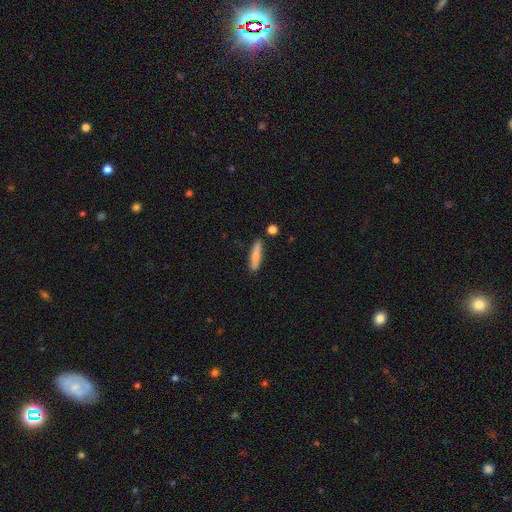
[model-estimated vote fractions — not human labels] This appears to be a smooth galaxy with no disk features (80%) that is cigar-shaped (82%). Merging: none (82%).